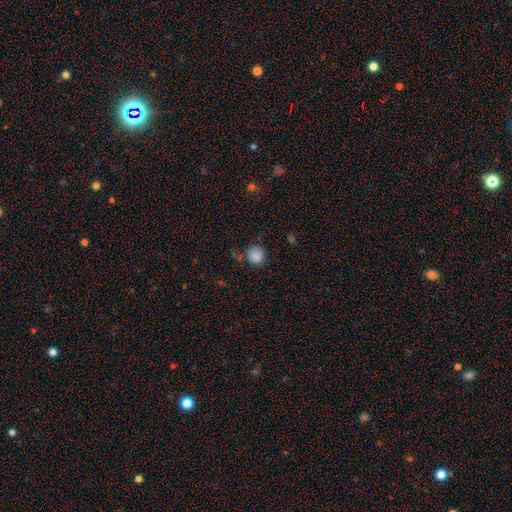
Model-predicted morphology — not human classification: Smooth or featured: smooth — 82% (star or artifact — 12%)
How rounded: round — 82% (in between — 17%)
Merging: none — 70% (minor disturbance — 21%)